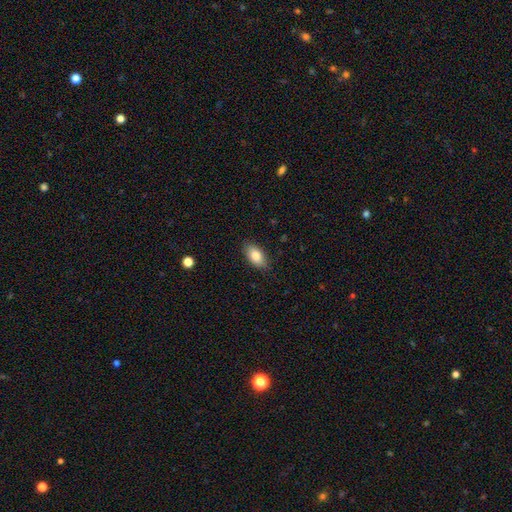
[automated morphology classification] Q: Smooth or featured?
A: smooth (82%); runner-up: featured or disk (10%)
Q: How rounded?
A: in between (92%); runner-up: round (5%)
Q: Merging?
A: none (87%); runner-up: minor disturbance (10%)